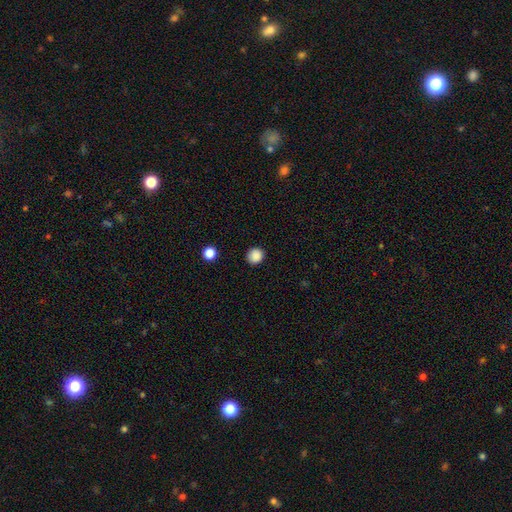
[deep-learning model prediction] smooth 88%, star or artifact 10%, featured or disk 2%. Down the decision tree: how rounded — round (92%); merging — none (92%).